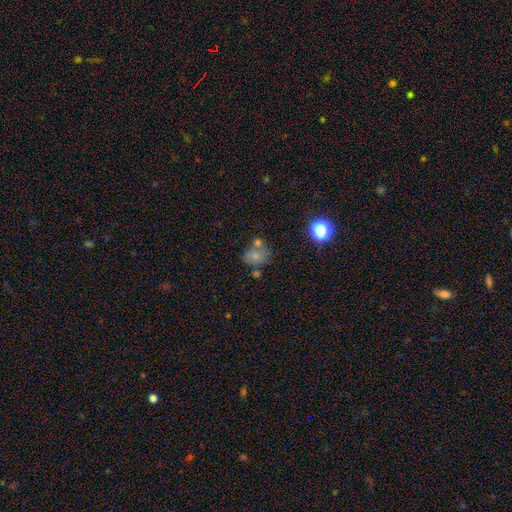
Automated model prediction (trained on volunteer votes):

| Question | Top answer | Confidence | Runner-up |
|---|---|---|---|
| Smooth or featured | smooth | 69% | featured or disk (17%) |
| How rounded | round | 57% | in between (42%) |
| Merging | none | 46% | merger (29%) |